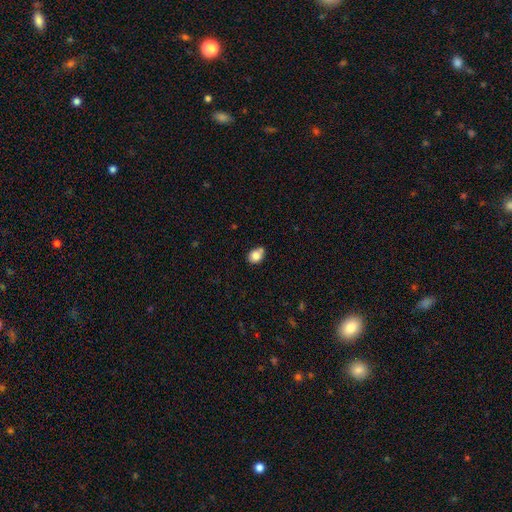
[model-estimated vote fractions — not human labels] Smooth or featured: smooth — 81% (star or artifact — 10%)
How rounded: round — 50% (in between — 49%)
Merging: none — 61% (minor disturbance — 22%)